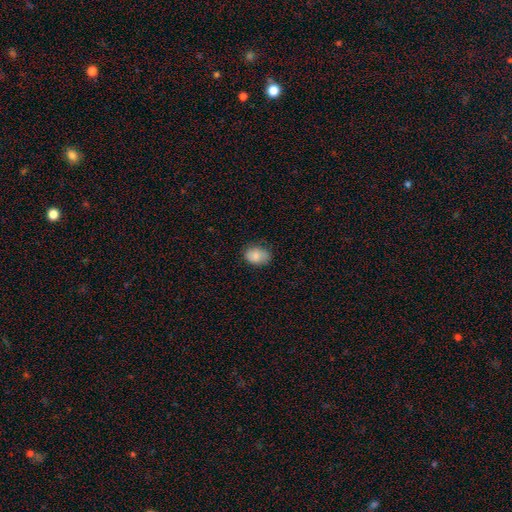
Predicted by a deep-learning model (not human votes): A smooth galaxy with no disk features (85%) that is in between round and cigar-shaped (73%). Merging: none (74%).